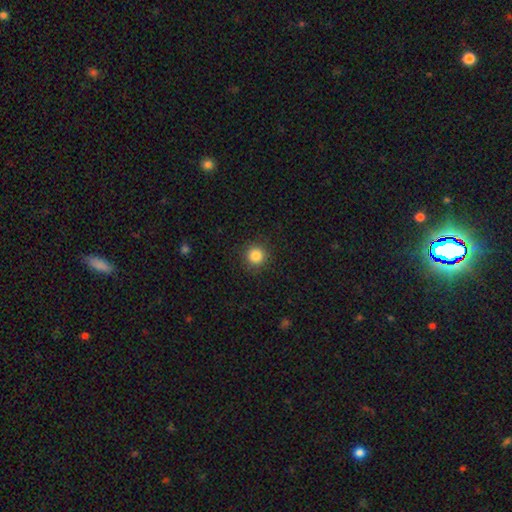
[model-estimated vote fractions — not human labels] This appears to be a smooth galaxy with no disk features (85%) that is round (95%). Merging: none (90%).